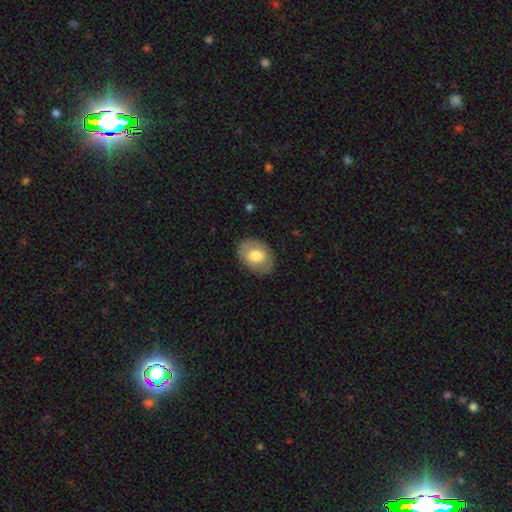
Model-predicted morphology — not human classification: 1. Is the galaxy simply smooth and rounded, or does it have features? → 65% smooth, 28% featured or disk, 7% star or artifact.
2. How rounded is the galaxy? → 76% in between, 23% round, 1% cigar-shaped.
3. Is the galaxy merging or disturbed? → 82% none, 13% minor disturbance, 4% major disturbance, 1% merger.